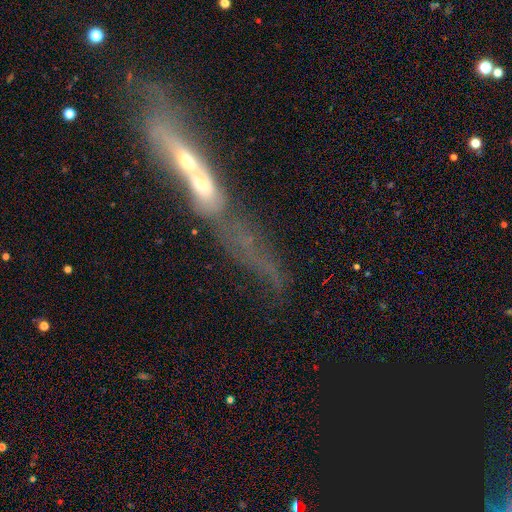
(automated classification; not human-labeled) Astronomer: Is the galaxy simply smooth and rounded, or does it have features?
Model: featured or disk — 54% (runner-up: smooth, 31%).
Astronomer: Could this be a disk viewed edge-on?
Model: no — 53% (runner-up: yes, 47%).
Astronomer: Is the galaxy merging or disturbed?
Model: merger — 62%.